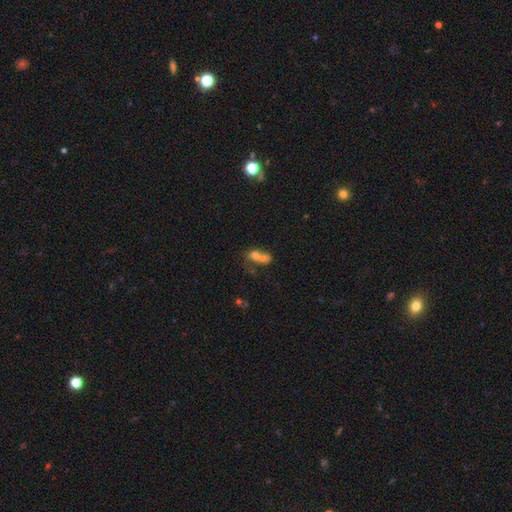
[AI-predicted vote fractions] A smooth galaxy with no disk features (62%) that is in between round and cigar-shaped (58%). Merging: merger (71%).